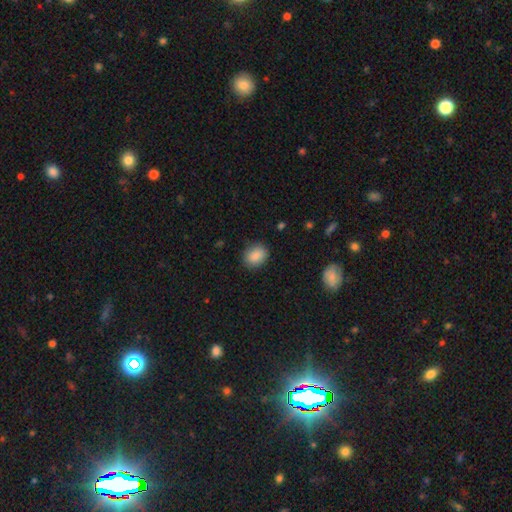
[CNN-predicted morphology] This appears to be a smooth galaxy with no disk features (88%) that is in between round and cigar-shaped (53%). Merging: none (84%).